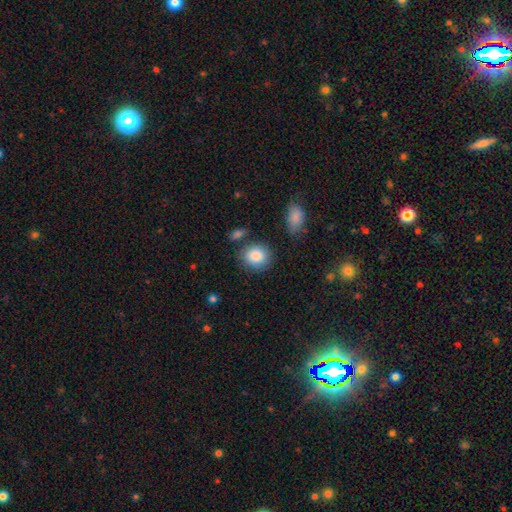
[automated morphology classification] Overall: smooth (87%). How rounded: round (72%). Merging: none (79%).